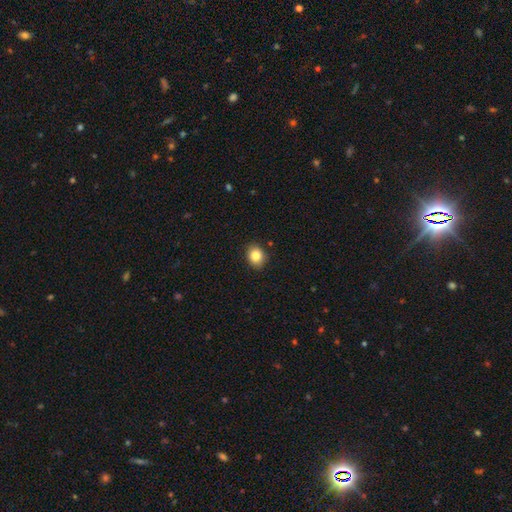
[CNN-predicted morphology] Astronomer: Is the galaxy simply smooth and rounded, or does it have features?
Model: smooth — 84%.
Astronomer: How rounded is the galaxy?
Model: round — 52% (runner-up: in between, 47%).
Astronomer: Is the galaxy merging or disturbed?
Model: none — 88%.